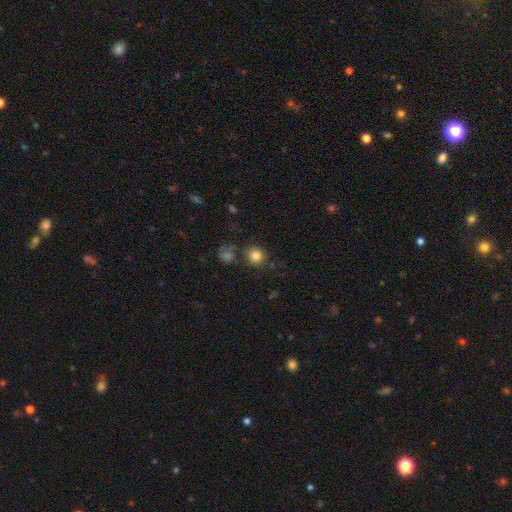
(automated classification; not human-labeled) A smooth galaxy with no disk features (83%) that is round (87%).

Vote fractions:
- Smooth or featured? smooth: 83% / star or artifact: 11% / featured or disk: 6%
- How rounded? round: 87% / in between: 12% / cigar-shaped: 1%
- Merging? none: 78% / minor disturbance: 10% / merger: 9% / major disturbance: 4%